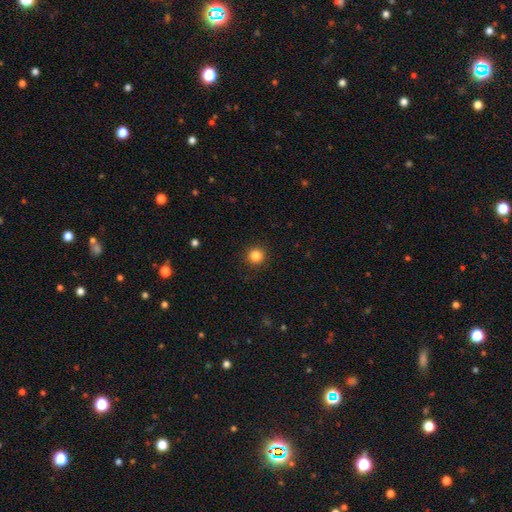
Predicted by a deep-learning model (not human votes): This appears to be a smooth galaxy with no disk features (84%) that is round (93%). Merging: none (91%).